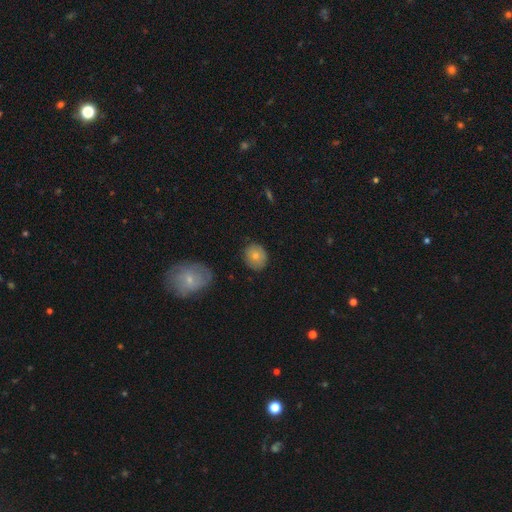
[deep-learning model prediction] smooth-or-featured: smooth: 76% | featured or disk: 15% | star or artifact: 9%
  how-rounded: round: 79% | in between: 20% | cigar-shaped: 1%
  merging: none: 84% | minor disturbance: 12% | major disturbance: 3% | merger: 2%